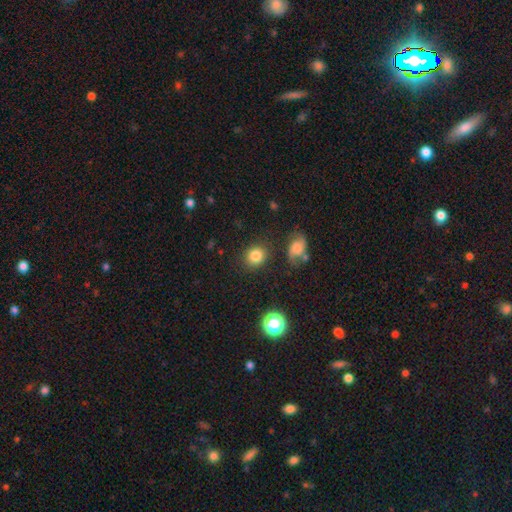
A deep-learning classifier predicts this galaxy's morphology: Overall: smooth (83%). How rounded: round (72%). Merging: none (83%).